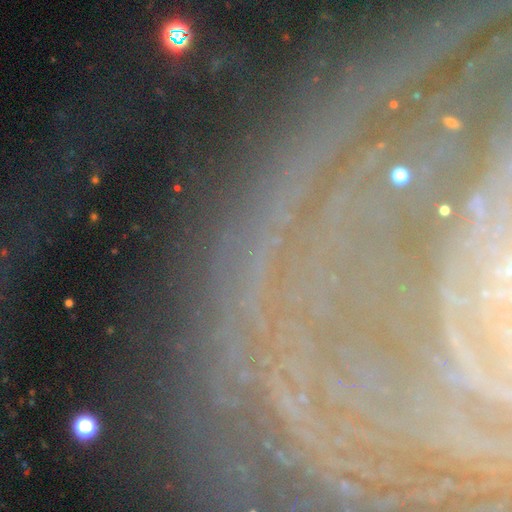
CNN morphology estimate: The model was most divided on "smooth or featured": star or artifact: 47%, featured or disk: 38%, smooth: 15%.